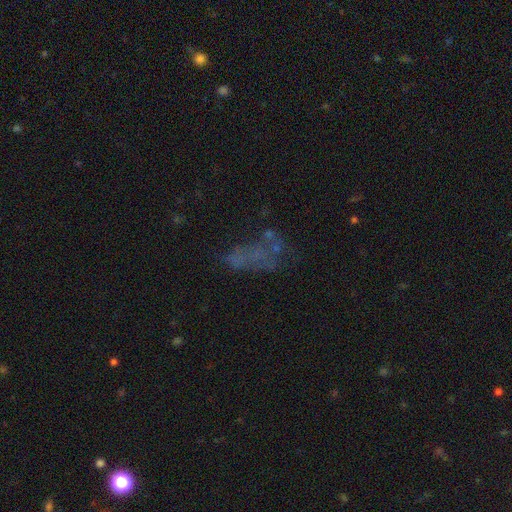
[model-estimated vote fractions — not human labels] A featured or disk galaxy (36%). Merging: none (41%).